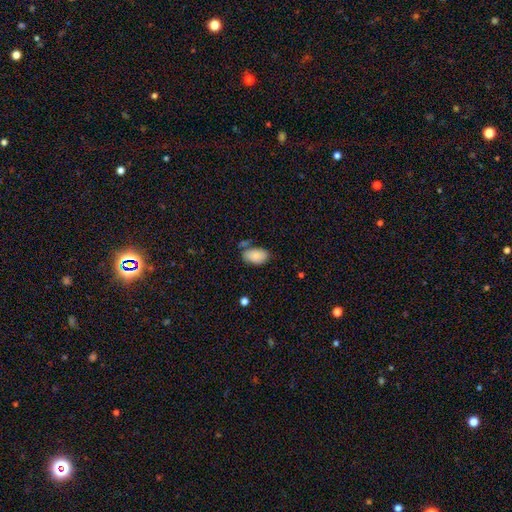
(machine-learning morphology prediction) smooth 85%, featured or disk 8%, star or artifact 7%. Down the decision tree: how rounded — in between (94%); merging — none (66%).